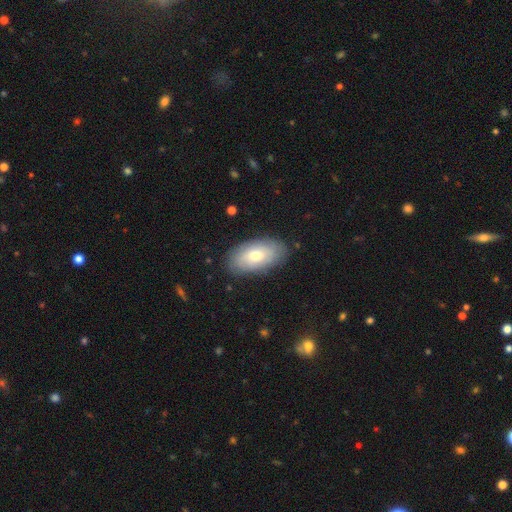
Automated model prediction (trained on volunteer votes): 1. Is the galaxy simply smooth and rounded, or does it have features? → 65% smooth, 29% featured or disk, 6% star or artifact.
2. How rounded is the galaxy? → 94% in between, 3% round, 3% cigar-shaped.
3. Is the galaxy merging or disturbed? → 85% none, 11% minor disturbance, 3% major disturbance, 1% merger.